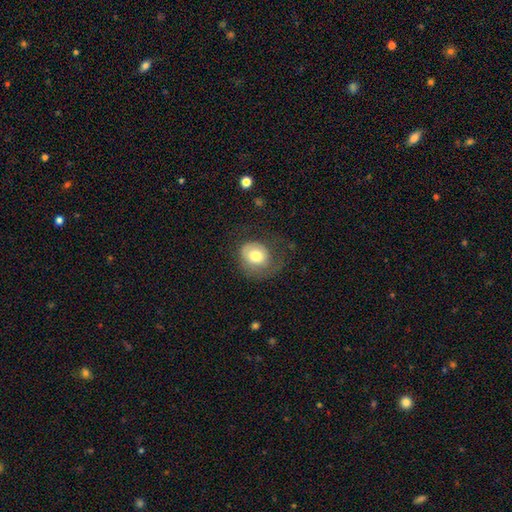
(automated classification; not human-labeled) This is likely a smooth galaxy (66%). How rounded: likely round (63%). Merging: possibly none (47%).